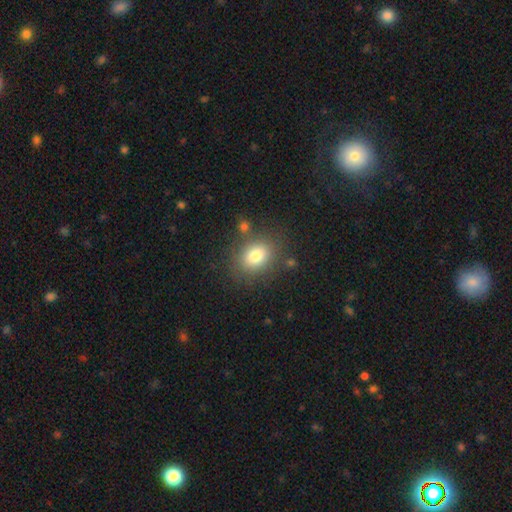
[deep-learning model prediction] Smooth or featured: smooth — 79% (star or artifact — 11%)
How rounded: in between — 57% (round — 42%)
Merging: none — 78% (minor disturbance — 12%)